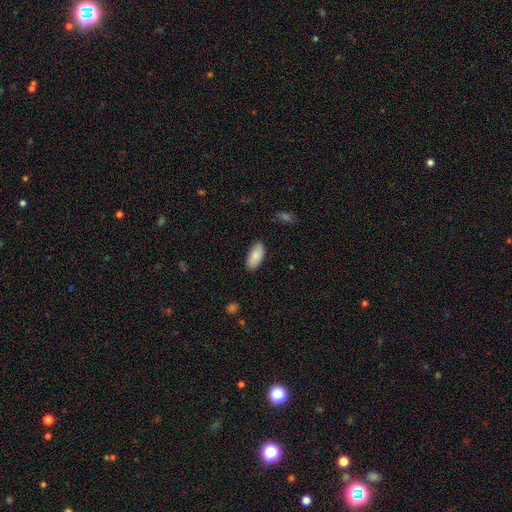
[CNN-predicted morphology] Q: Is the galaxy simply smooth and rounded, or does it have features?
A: smooth — 87%.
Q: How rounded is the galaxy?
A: in between — 90%.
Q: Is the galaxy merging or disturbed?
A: none — 87%.